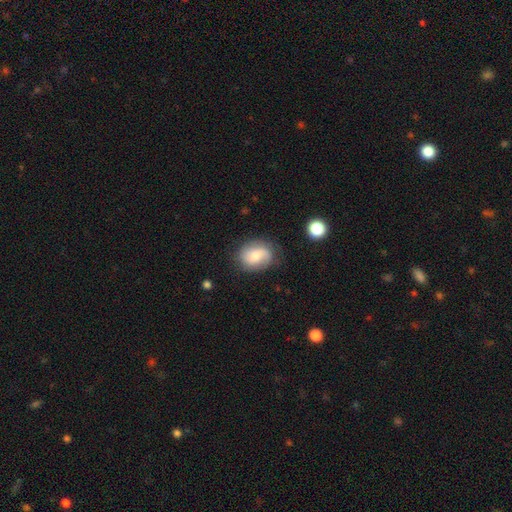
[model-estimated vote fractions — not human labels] smooth_or_featured: smooth (p=0.56) [alt: featured or disk p=0.36]
how_rounded: in between (p=0.51) [alt: round p=0.47]
merging: none (p=0.72) [alt: minor disturbance p=0.20]